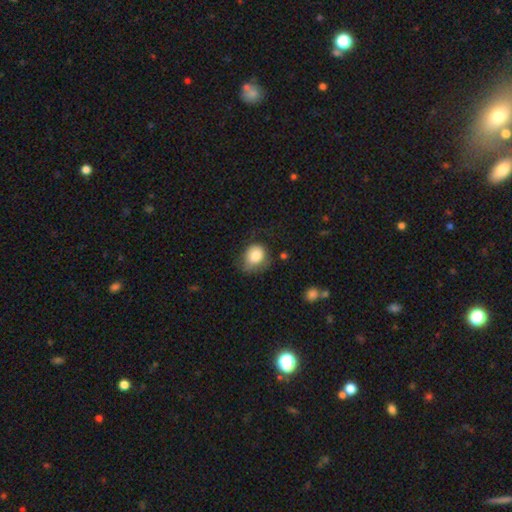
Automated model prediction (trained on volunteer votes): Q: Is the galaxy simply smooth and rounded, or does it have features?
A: smooth — 82%.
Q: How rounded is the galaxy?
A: round — 62%.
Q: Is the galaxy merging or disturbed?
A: none — 52%.